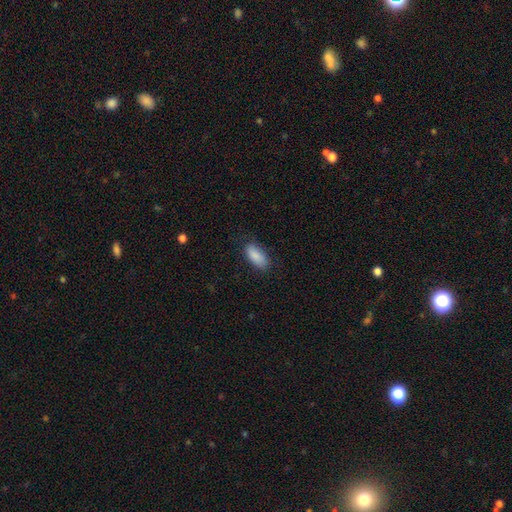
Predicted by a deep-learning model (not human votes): Smooth or featured? smooth (88%)
How rounded? in between (87%)
Merging? none (80%)